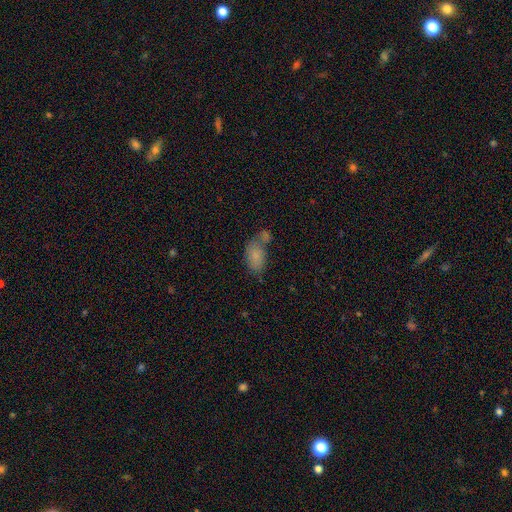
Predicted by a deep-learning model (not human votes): Smooth or featured: smooth — 80% (featured or disk — 12%)
How rounded: in between — 92% (round — 6%)
Merging: none — 40% (merger — 35%)